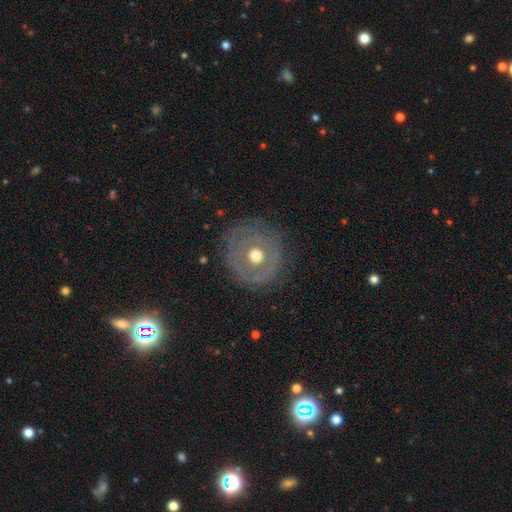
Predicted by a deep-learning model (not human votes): Smooth or featured? featured or disk (56%)
Edge-on disk? no (95%)
Bar? no (91%)
Spiral arms? no (74%)
Bulge size? moderate (75%)
Merging? none (76%)